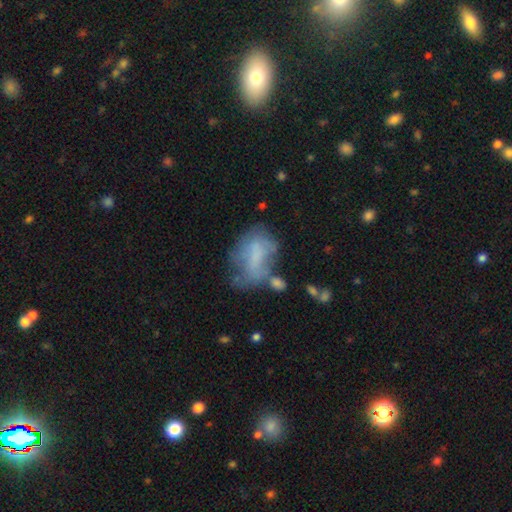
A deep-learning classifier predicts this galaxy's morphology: This is possibly a smooth galaxy (50%). How rounded: clearly in between (84%). Merging: marginally none (34%).